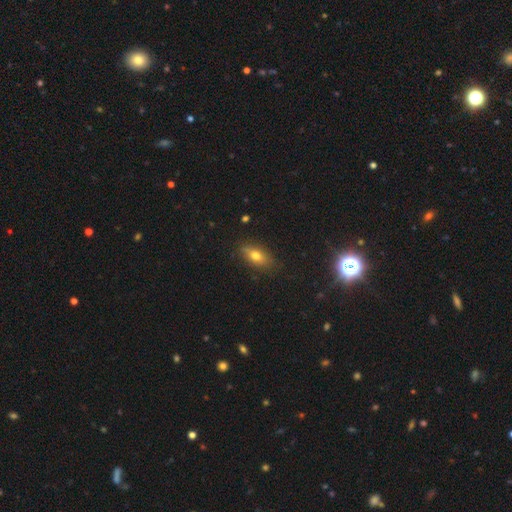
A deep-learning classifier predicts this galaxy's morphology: A smooth galaxy with no disk features (68%) that is in between round and cigar-shaped (77%). Merging: none (78%).